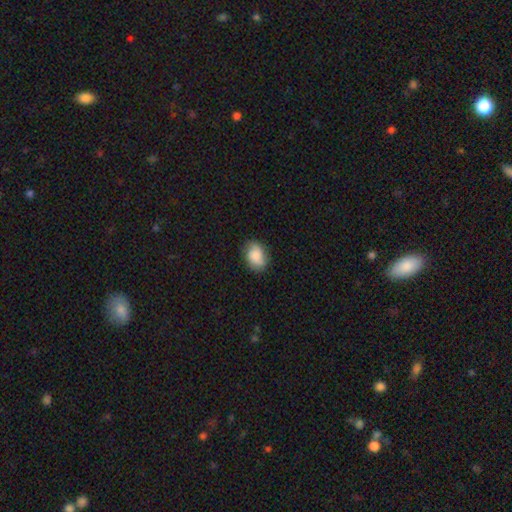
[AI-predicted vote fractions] A smooth galaxy with no disk features (73%) that is in between round and cigar-shaped (71%).

Vote fractions:
- Smooth or featured? smooth: 73% / featured or disk: 19% / star or artifact: 8%
- How rounded? in between: 71% / round: 27% / cigar-shaped: 1%
- Merging? none: 78% / minor disturbance: 16% / major disturbance: 4% / merger: 1%